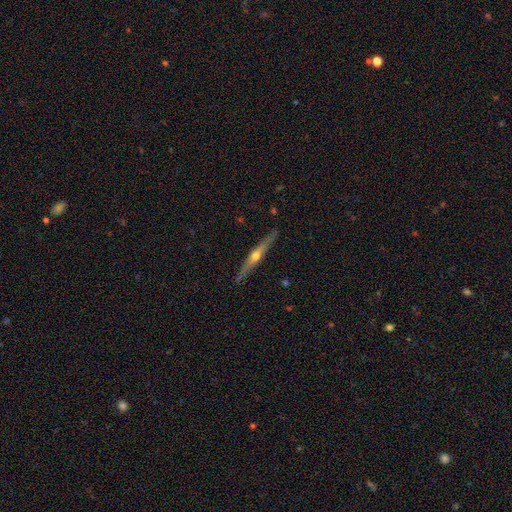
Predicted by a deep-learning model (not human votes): smooth_or_featured: featured or disk (p=0.70) [alt: smooth p=0.24]
disk_edge_on: yes (p=0.97) [alt: no p=0.03]
edge_on_bulge: rounded (p=0.89) [alt: none p=0.08]
merging: none (p=0.88) [alt: minor disturbance p=0.09]